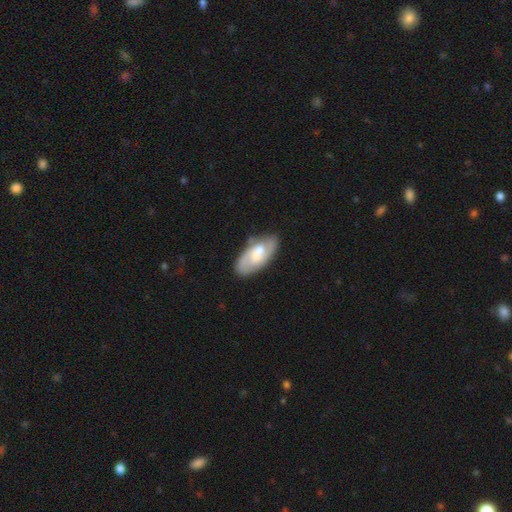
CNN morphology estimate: Smooth or featured?
  - featured or disk: 57% *
  - smooth: 37%
  - star or artifact: 6%
Edge-on disk?
  - no: 92% *
  - yes: 8%
Bar?
  - no: 45% *
  - weak: 44%
  - strong: 10%
Spiral arms?
  - yes: 77% *
  - no: 23%
Bulge size?
  - moderate: 51% *
  - small: 37%
  - large: 7%
  - none: 4%
  - dominant: 1%
Merging?
  - none: 71% *
  - minor disturbance: 17%
  - merger: 7%
  - major disturbance: 5%